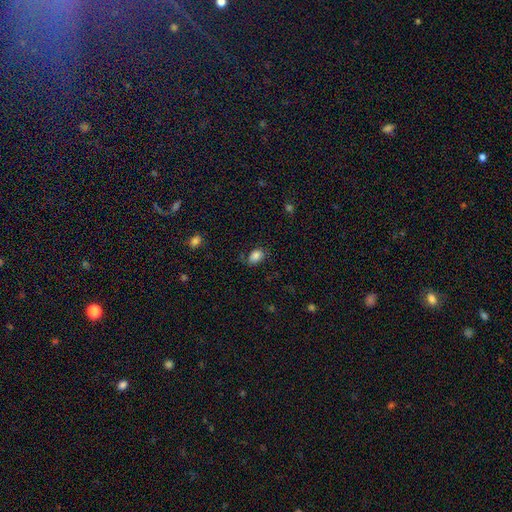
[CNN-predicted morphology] Smooth or featured?
  - smooth: 81% *
  - star or artifact: 10%
  - featured or disk: 9%
How rounded?
  - in between: 83% *
  - round: 16%
  - cigar-shaped: 1%
Merging?
  - none: 69% *
  - minor disturbance: 21%
  - major disturbance: 8%
  - merger: 2%